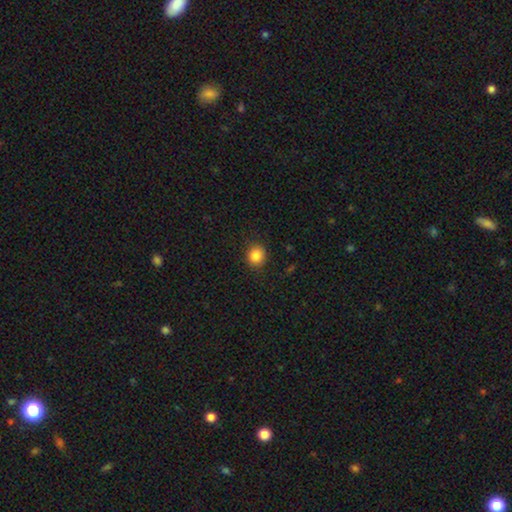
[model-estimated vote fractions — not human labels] This appears to be a smooth galaxy with no disk features (86%) that is round (84%). Merging: none (88%).